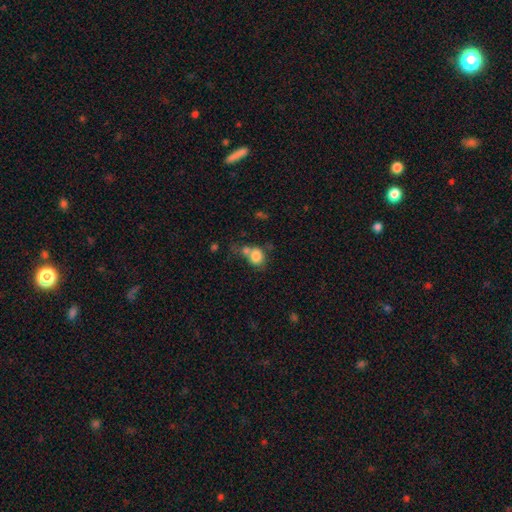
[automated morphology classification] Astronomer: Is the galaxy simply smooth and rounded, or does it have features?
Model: smooth — 80%.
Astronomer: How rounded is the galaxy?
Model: round — 60% (runner-up: in between, 39%).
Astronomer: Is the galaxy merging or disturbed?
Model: merger — 41% (runner-up: none, 36%).